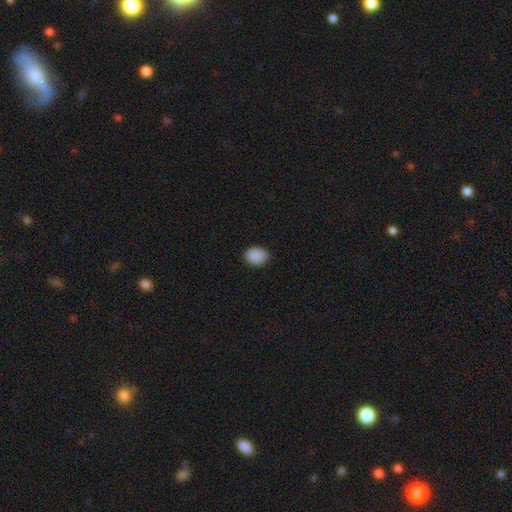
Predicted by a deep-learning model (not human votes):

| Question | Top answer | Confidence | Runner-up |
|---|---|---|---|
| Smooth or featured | smooth | 89% | star or artifact (8%) |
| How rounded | in between | 60% | round (39%) |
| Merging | none | 82% | minor disturbance (14%) |